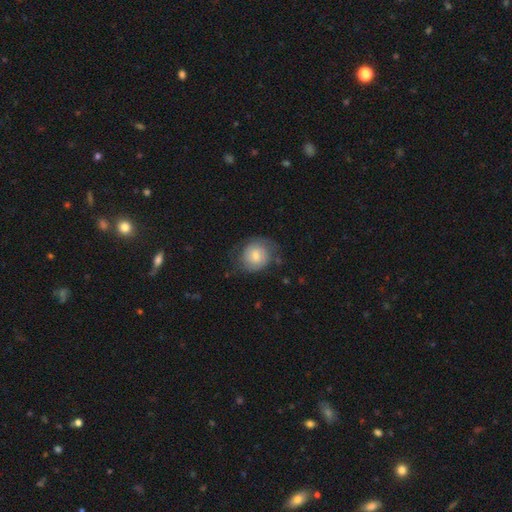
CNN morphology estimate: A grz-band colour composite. It shows a smooth galaxy with no disk features (56%) that is round (78%). Merging: none (62%).